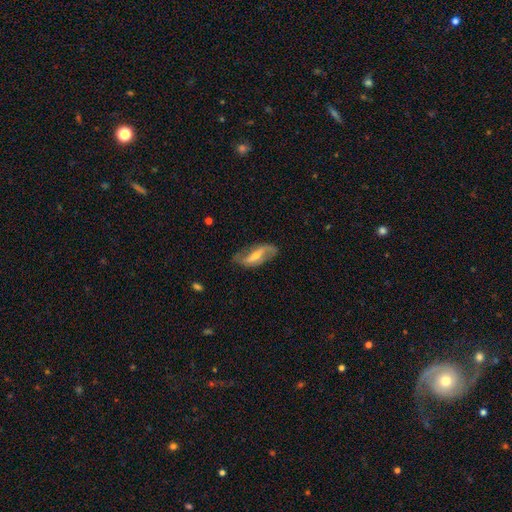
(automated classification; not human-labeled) This is likely a featured or disk galaxy (80%). It is clearly not viewed edge-on (91%). Bar: possibly strong (50%). Spiral arm pattern: clearly yes (90%). Spiral arm count: clearly 2 (89%). Spiral winding: likely loose (61%). Central bulge: possibly small (49%). Merging: likely none (76%).